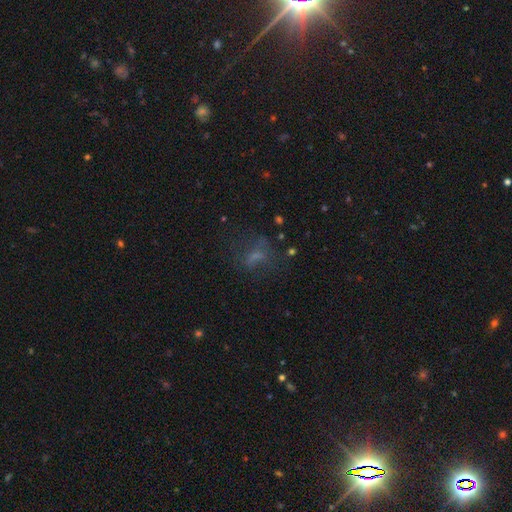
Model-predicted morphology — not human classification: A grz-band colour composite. It shows a smooth galaxy with no disk features (44%). Merging: none (54%).